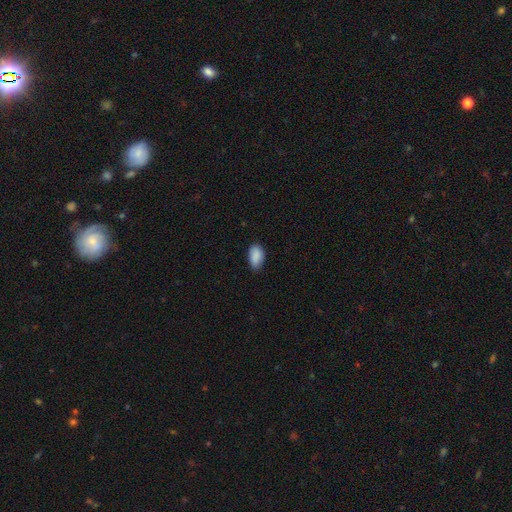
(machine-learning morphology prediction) The model was most divided on "merging": none: 76%, minor disturbance: 20%, major disturbance: 3%, merger: 1%. More confident: how rounded — in between (93%); smooth or featured — smooth (89%).